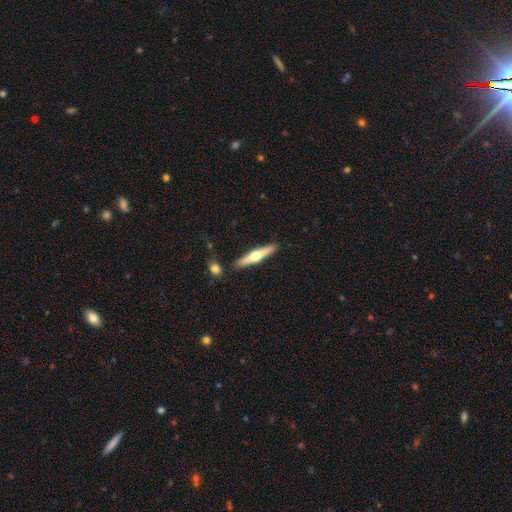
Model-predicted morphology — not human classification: Smooth or featured: featured or disk — 62% (smooth — 33%)
Edge-on disk: yes — 97% (no — 3%)
Edge-on bulge: rounded — 94% (none — 3%)
Merging: none — 88% (minor disturbance — 7%)